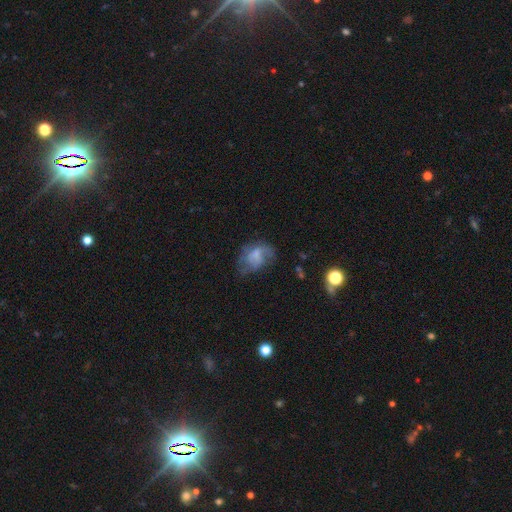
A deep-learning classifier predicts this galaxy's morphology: This is possibly a smooth galaxy (47%). Merging: marginally none (39%).